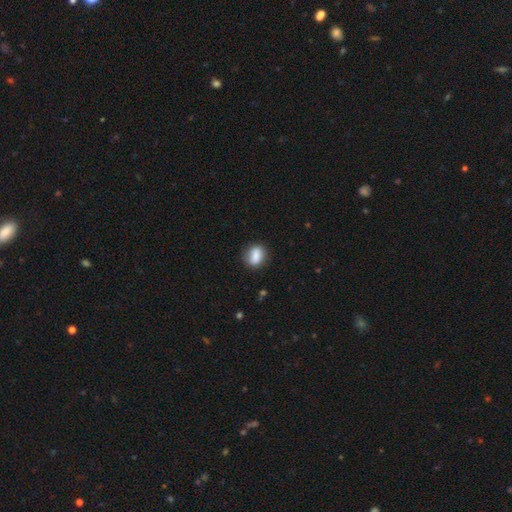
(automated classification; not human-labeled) This appears to be a smooth galaxy with no disk features (81%) that is in between round and cigar-shaped (61%). Merging: none (79%).